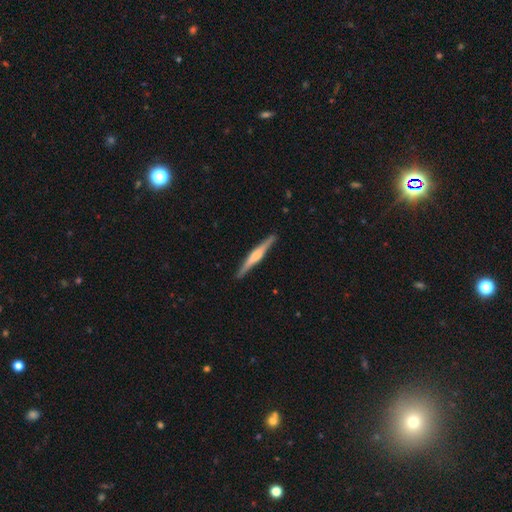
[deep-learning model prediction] Overall: featured or disk (69%). Edge-on disk: yes (98%). Edge-on bulge: rounded (66%). Merging: none (90%).